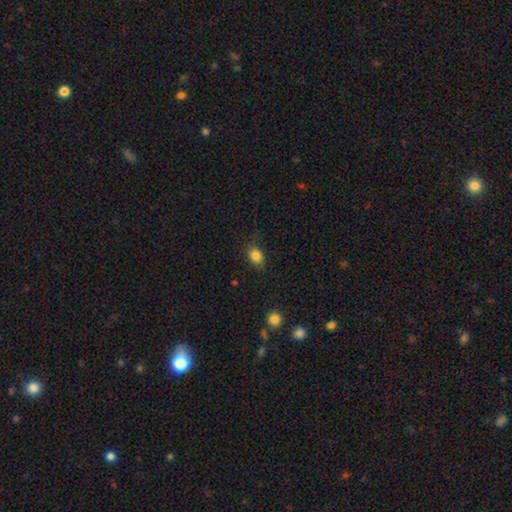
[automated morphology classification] Smooth or featured: smooth — 84% (star or artifact — 11%)
How rounded: in between — 60% (round — 38%)
Merging: none — 75% (minor disturbance — 18%)